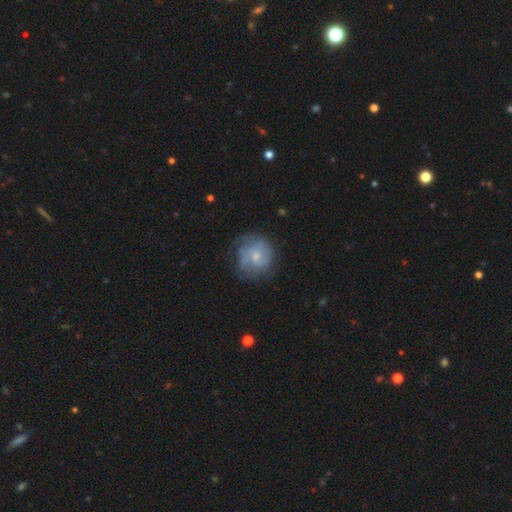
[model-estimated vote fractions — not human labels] smooth-or-featured: featured or disk: 47% | smooth: 45% | star or artifact: 8%
  merging: none: 58% | minor disturbance: 26% | major disturbance: 14% | merger: 2%